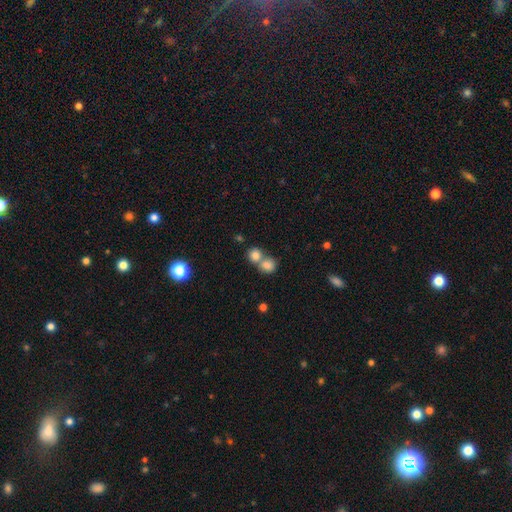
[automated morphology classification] A smooth galaxy with no disk features (81%) that is round (83%). Merging: merger (53%).